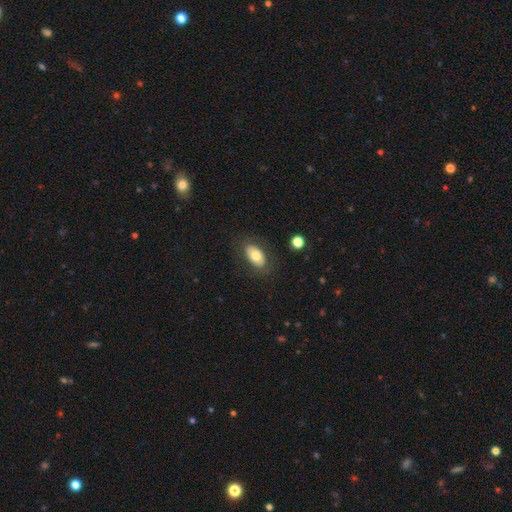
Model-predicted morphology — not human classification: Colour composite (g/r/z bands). It shows a smooth galaxy with no disk features (72%) that is in between round and cigar-shaped (92%). Merging: none (82%).